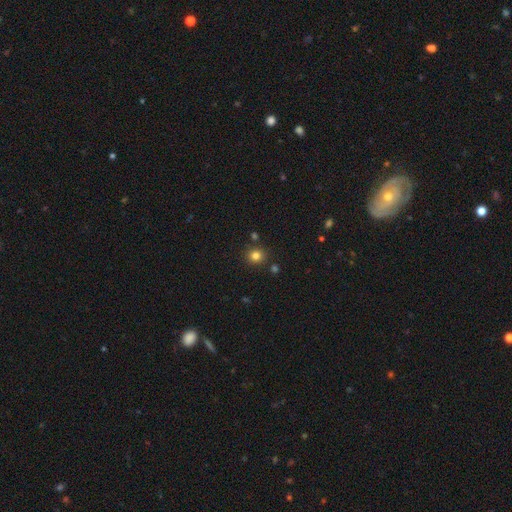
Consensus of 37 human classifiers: Volunteers were most divided on "how rounded": round: 83%, in between: 14%, cigar-shaped: 3%. More confident: smooth or featured — smooth (95%); merging — none (86%).